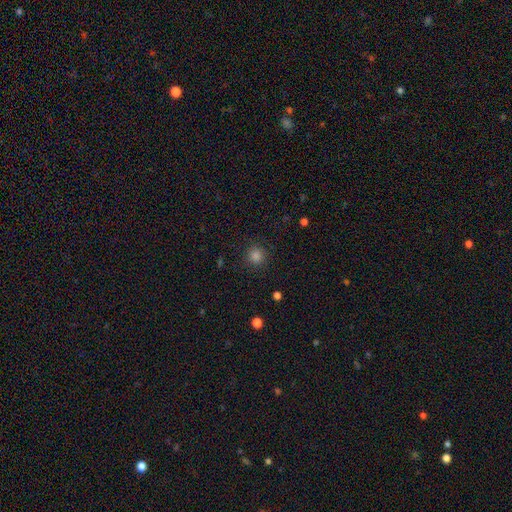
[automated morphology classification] A smooth galaxy with no disk features (80%) that is round (94%). Merging: none (90%).